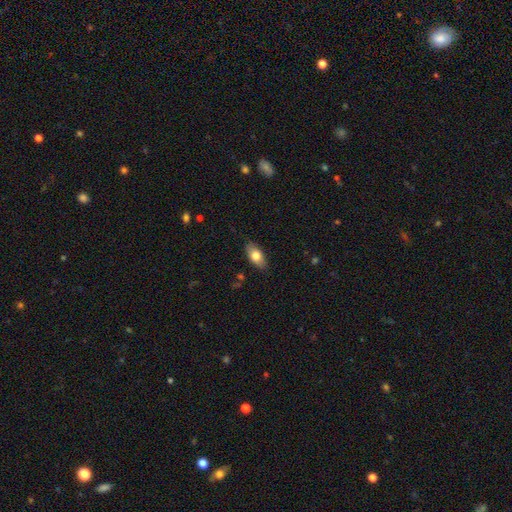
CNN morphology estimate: Smooth or featured? Predicted: smooth (p=0.76). How rounded? Predicted: in between (p=0.89). Merging? Predicted: none (p=0.85).